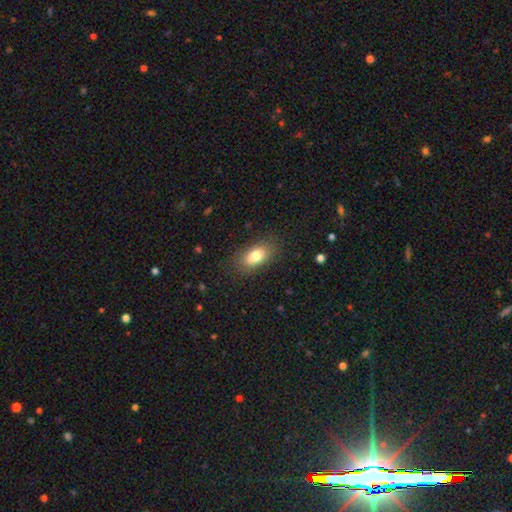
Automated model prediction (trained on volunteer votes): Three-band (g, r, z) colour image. It shows a smooth galaxy with no disk features (79%) that is in between round and cigar-shaped (88%). Merging: none (83%).